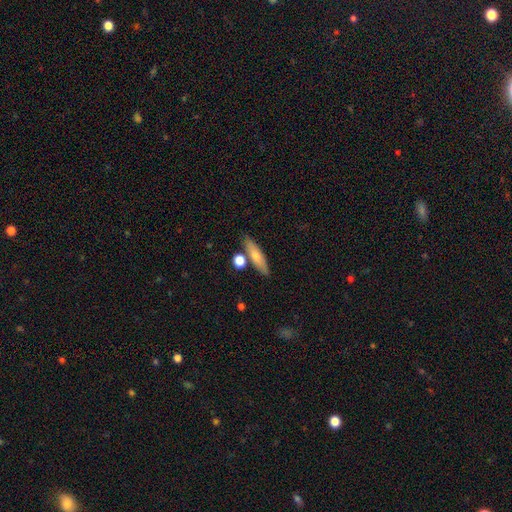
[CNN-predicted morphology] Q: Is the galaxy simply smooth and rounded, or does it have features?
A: smooth — 66%.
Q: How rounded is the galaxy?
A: cigar-shaped — 65%.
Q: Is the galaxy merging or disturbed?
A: none — 74%.